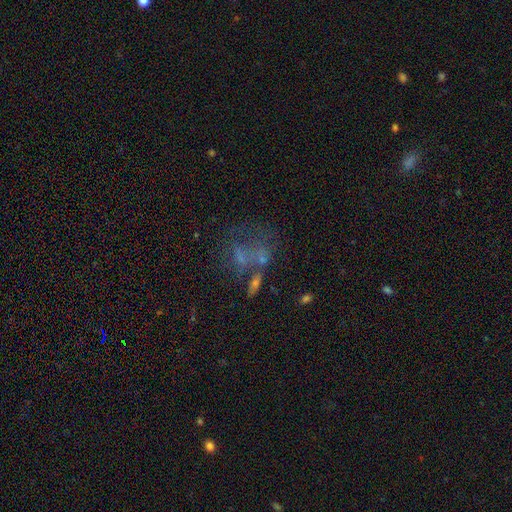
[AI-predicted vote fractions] Smooth or featured: featured or disk — 42% (smooth — 32%)
Merging: none — 30% (merger — 29%)